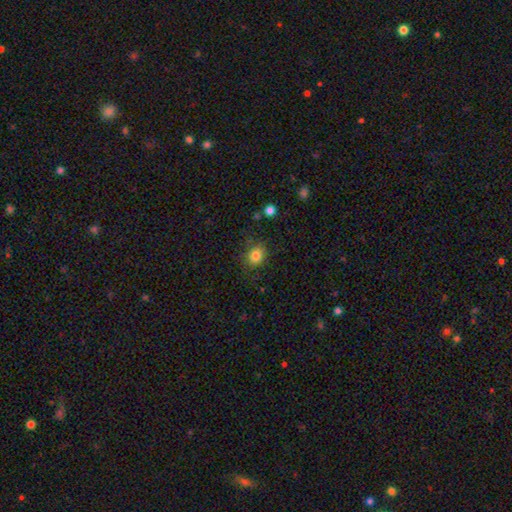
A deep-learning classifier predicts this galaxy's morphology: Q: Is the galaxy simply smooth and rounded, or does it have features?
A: smooth — 82%.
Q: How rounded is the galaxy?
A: round — 64%.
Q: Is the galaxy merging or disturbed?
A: none — 77%.